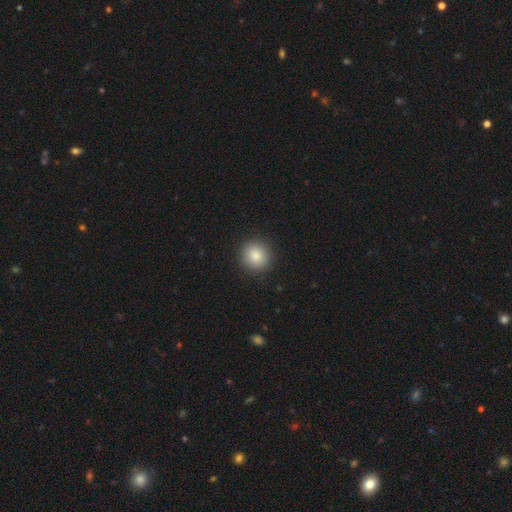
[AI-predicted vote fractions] The model was most divided on "smooth or featured": smooth: 86%, star or artifact: 9%, featured or disk: 5%. More confident: how rounded — round (93%); merging — none (92%).